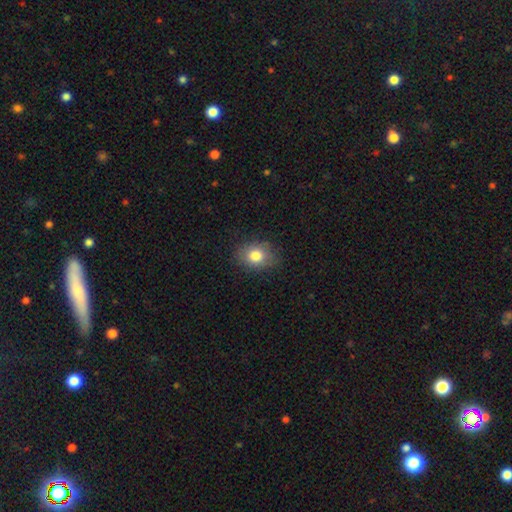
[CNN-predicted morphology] smooth 81%, featured or disk 10%, star or artifact 9%. Down the decision tree: how rounded — in between (61%); merging — none (82%).